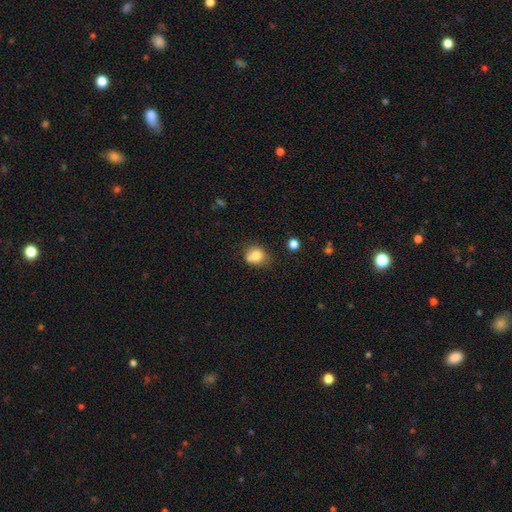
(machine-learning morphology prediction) This appears to be a smooth galaxy with no disk features (78%) that is round (70%). Merging: none (52%).